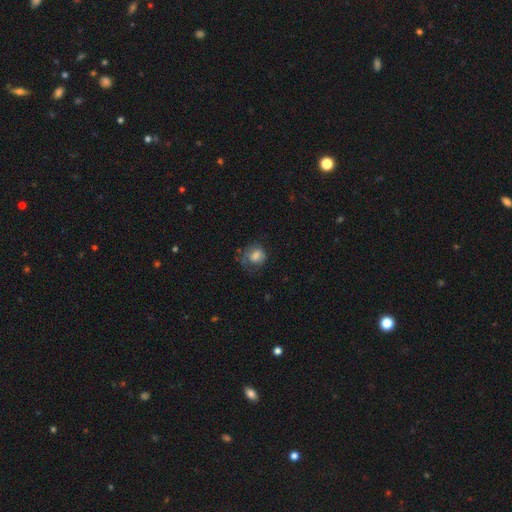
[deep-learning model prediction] A smooth galaxy with no disk features (69%) that is round (59%). Merging: none (46%).